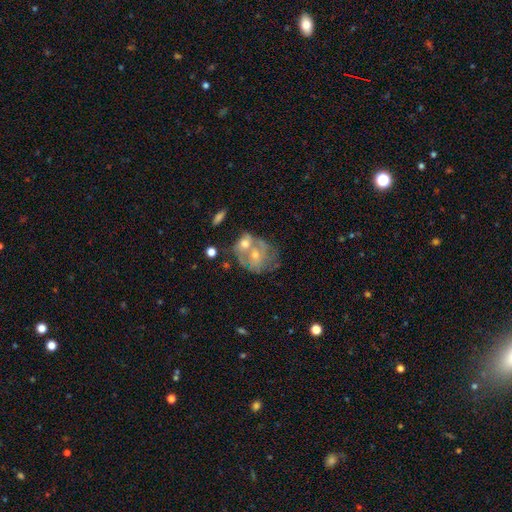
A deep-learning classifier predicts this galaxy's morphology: A featured or disk galaxy (56%) with no bar (82%), no spiral arms (63%) and a moderate central bulge (50%). Merging: merger (49%).